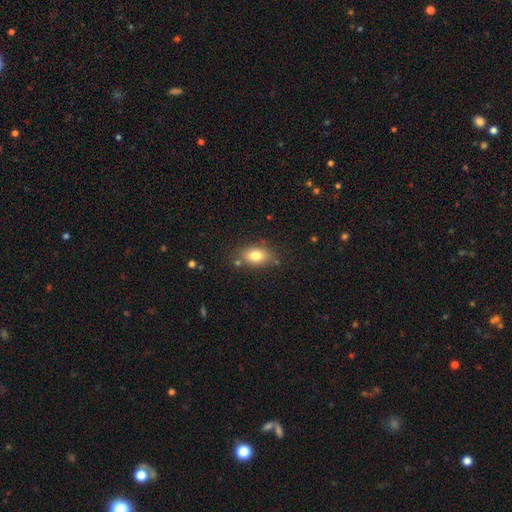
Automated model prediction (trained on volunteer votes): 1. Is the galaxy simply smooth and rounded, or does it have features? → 80% smooth, 11% featured or disk, 9% star or artifact.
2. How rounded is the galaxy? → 82% in between, 16% round, 2% cigar-shaped.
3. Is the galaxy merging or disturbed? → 76% none, 15% minor disturbance, 5% merger, 4% major disturbance.